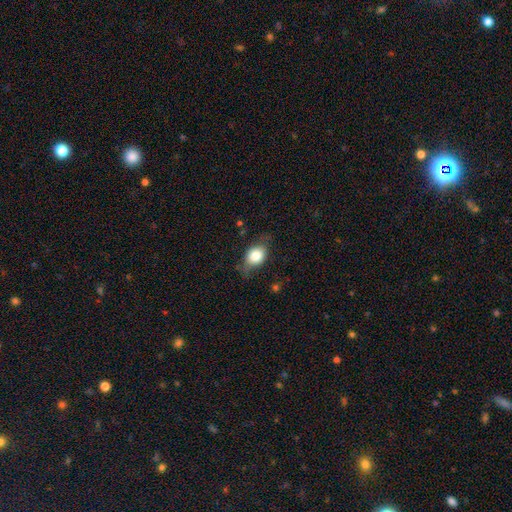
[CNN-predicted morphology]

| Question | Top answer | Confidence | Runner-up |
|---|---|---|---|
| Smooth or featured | smooth | 73% | featured or disk (19%) |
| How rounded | in between | 68% | round (30%) |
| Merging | none | 64% | minor disturbance (25%) |